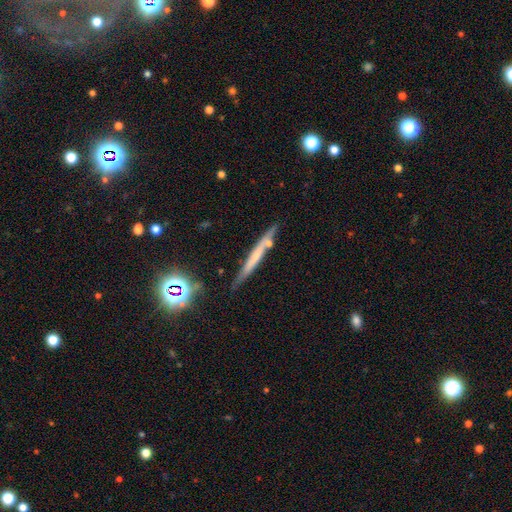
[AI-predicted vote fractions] smooth-or-featured: featured or disk: 45% | smooth: 43% | star or artifact: 13%
  merging: none: 78% | minor disturbance: 14% | merger: 5% | major disturbance: 3%